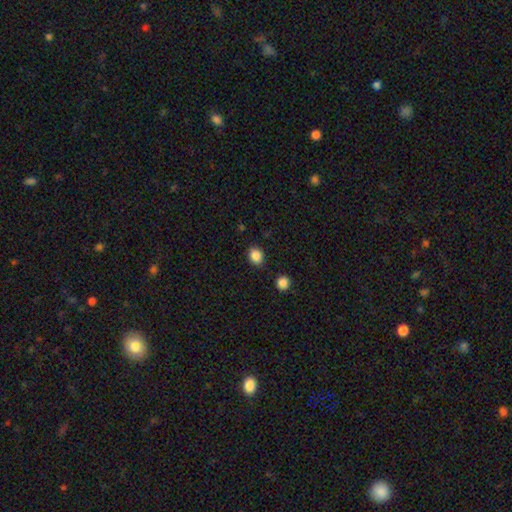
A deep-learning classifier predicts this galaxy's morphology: This appears to be a smooth galaxy with no disk features (86%) that is round (55%). Merging: none (85%).